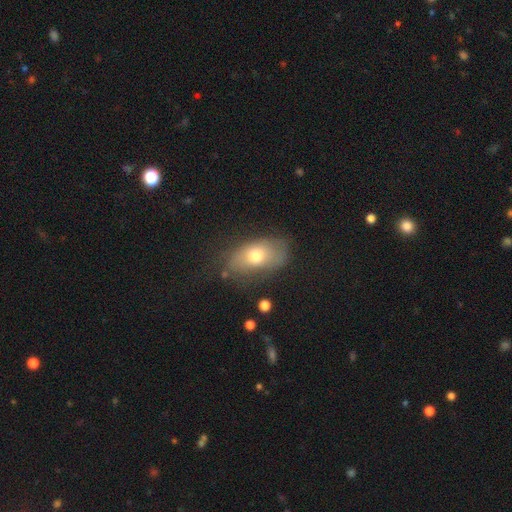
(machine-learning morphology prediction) The model was most divided on "merging": none: 59%, minor disturbance: 26%, major disturbance: 12%, merger: 3%. More confident: how rounded — in between (88%); smooth or featured — smooth (67%).